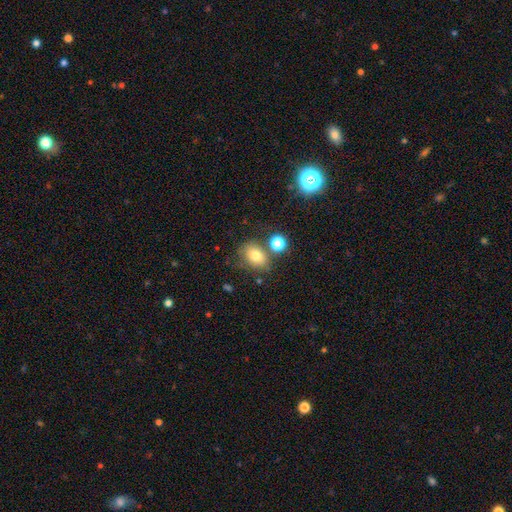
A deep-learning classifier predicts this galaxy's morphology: smooth_or_featured: smooth (p=0.76) [alt: featured or disk p=0.12]
how_rounded: in between (p=0.72) [alt: round p=0.27]
merging: none (p=0.64) [alt: minor disturbance p=0.16]